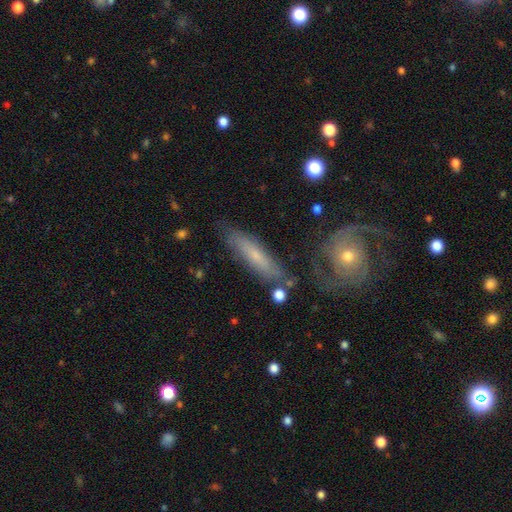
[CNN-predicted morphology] Smooth or featured?
  - smooth: 47% *
  - featured or disk: 45%
  - star or artifact: 8%
Merging?
  - none: 71% *
  - minor disturbance: 17%
  - merger: 7%
  - major disturbance: 6%